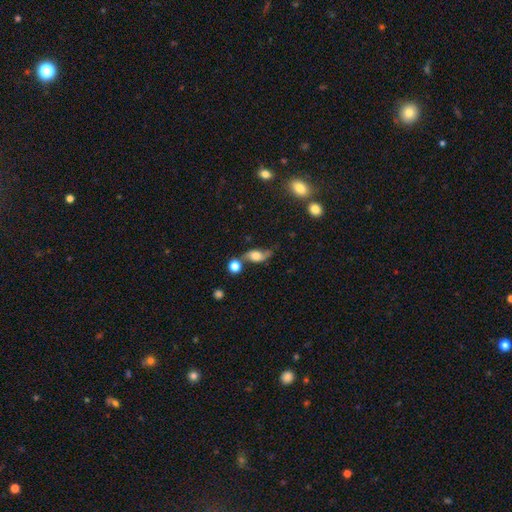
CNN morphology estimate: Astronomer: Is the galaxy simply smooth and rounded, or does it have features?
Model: featured or disk — 56% (runner-up: smooth, 32%).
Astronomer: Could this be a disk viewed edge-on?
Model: no — 85%.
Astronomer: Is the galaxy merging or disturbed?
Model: none — 53%.